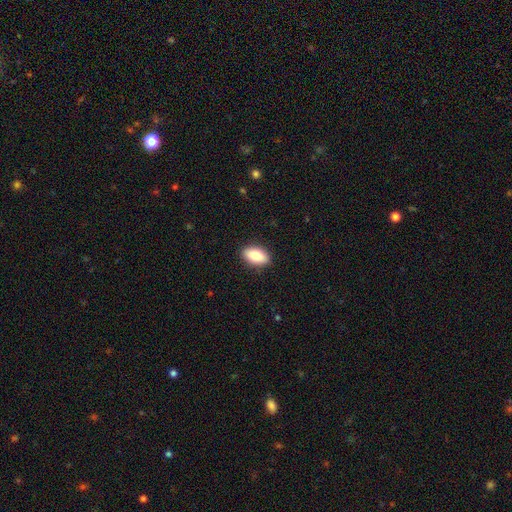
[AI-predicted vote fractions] Overall: smooth (82%). How rounded: in between (90%). Merging: none (89%).